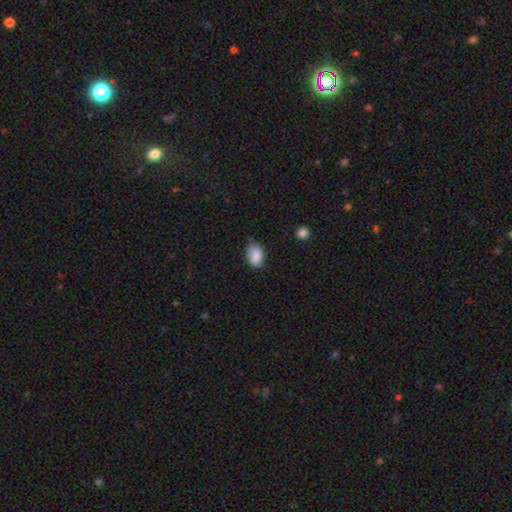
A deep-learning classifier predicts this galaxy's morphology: smooth 87%, star or artifact 8%, featured or disk 5%. Down the decision tree: how rounded — in between (85%); merging — none (64%).